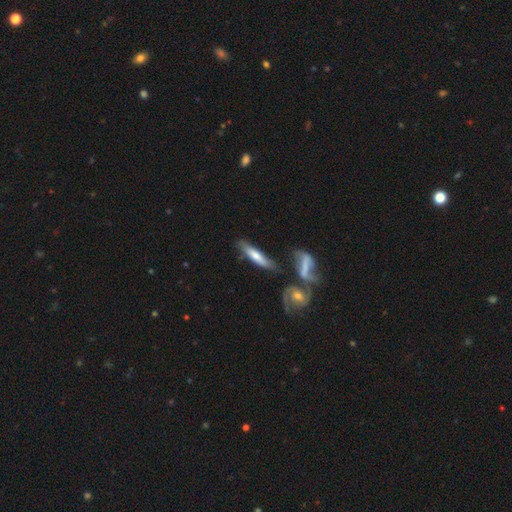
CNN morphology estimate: smooth_or_featured: smooth (p=0.52) [alt: featured or disk p=0.42]
how_rounded: cigar-shaped (p=0.79) [alt: in between p=0.19]
merging: none (p=0.61) [alt: minor disturbance p=0.19]